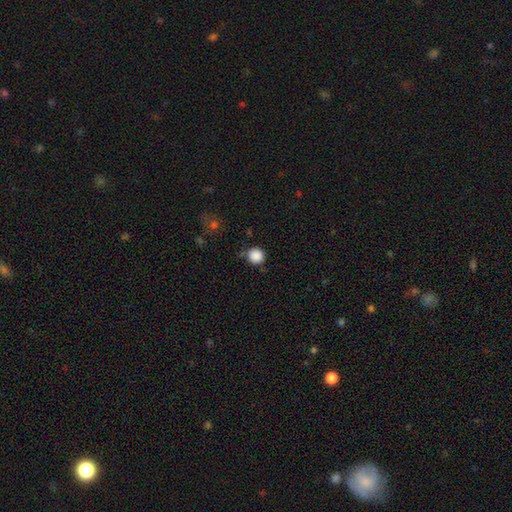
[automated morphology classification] A smooth galaxy with no disk features (87%) that is round (94%). Merging: none (80%).